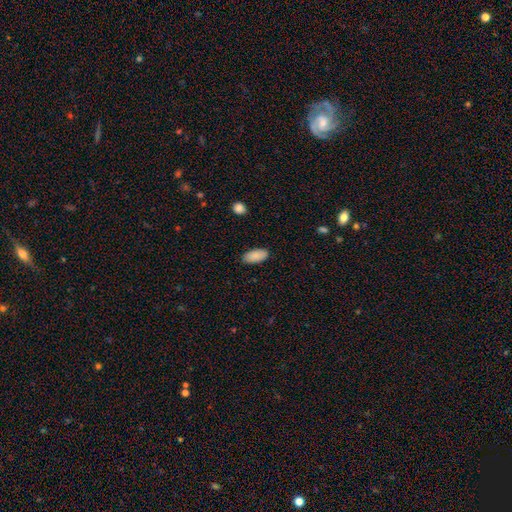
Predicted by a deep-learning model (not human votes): This appears to be a smooth galaxy with no disk features (88%) that is in between round and cigar-shaped (92%). Merging: none (87%).